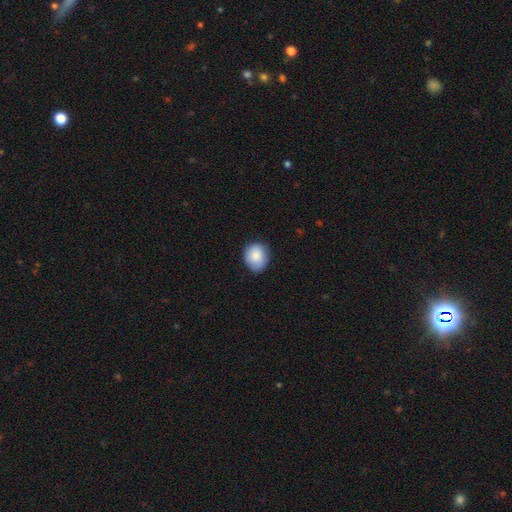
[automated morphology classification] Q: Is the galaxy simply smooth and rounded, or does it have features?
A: smooth — 86%.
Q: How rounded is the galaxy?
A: round — 66%.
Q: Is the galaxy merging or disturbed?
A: none — 79%.